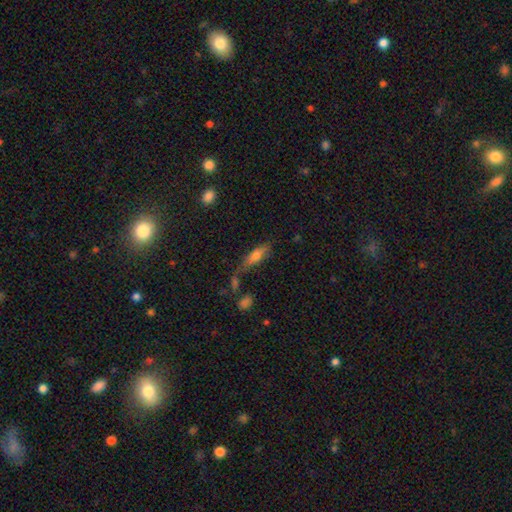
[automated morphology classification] A smooth galaxy with no disk features (62%) that is cigar-shaped (53%).

Vote fractions:
- Smooth or featured? smooth: 62% / featured or disk: 28% / star or artifact: 10%
- How rounded? cigar-shaped: 53% / in between: 44% / round: 3%
- Merging? none: 49% / minor disturbance: 21% / merger: 17% / major disturbance: 12%